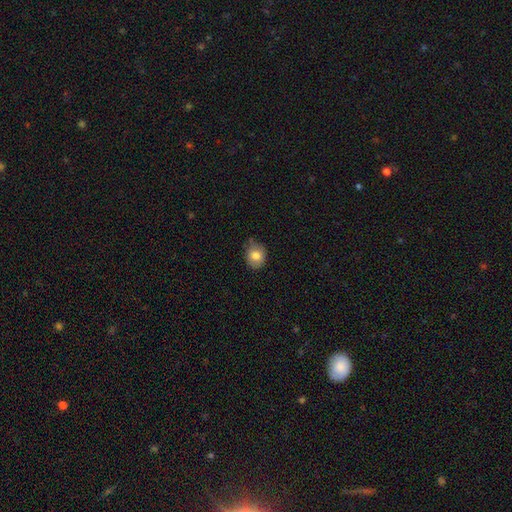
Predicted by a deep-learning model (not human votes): smooth-or-featured: smooth: 81% | featured or disk: 10% | star or artifact: 9%
  how-rounded: round: 64% | in between: 35% | cigar-shaped: 1%
  merging: none: 69% | minor disturbance: 25% | major disturbance: 4% | merger: 2%